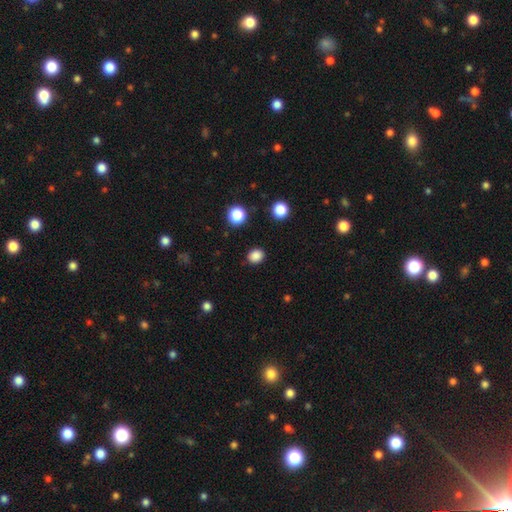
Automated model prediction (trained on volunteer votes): Smooth or featured: smooth — 86% (star or artifact — 12%)
How rounded: round — 65% (in between — 34%)
Merging: none — 89% (minor disturbance — 7%)